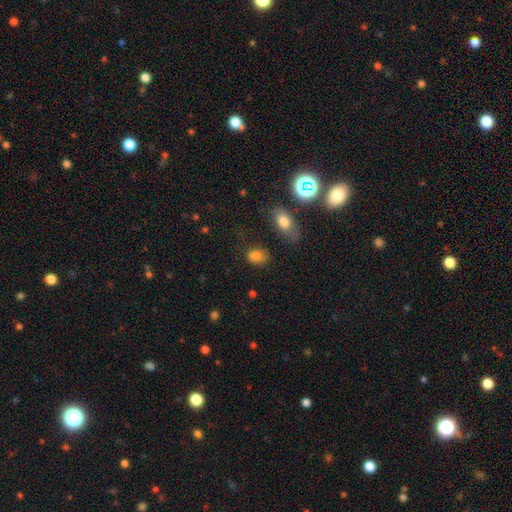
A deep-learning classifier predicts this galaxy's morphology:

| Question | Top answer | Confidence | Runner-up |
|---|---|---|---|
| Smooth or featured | smooth | 82% | star or artifact (12%) |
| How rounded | in between | 70% | round (28%) |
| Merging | none | 67% | minor disturbance (21%) |